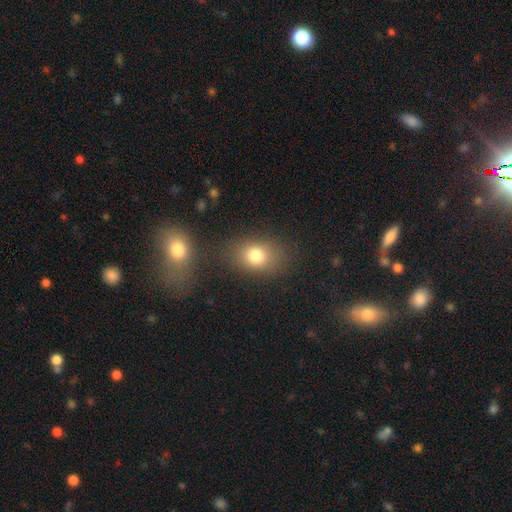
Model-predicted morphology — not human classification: Smooth or featured? Predicted: smooth (p=0.78). How rounded? Predicted: in between (p=0.62). Merging? Predicted: none (p=0.74).